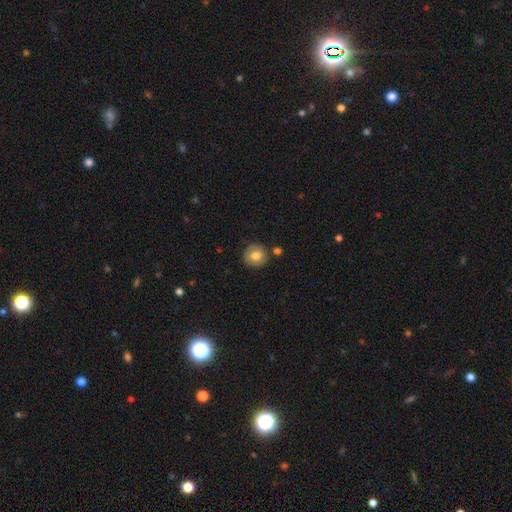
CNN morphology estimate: This is likely a smooth galaxy (77%). How rounded: clearly round (90%). Merging: clearly none (82%).